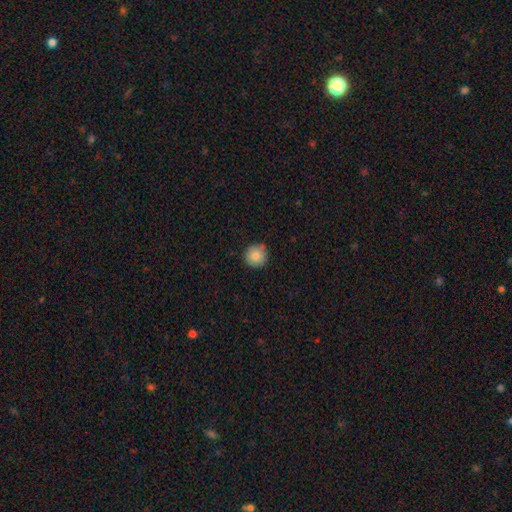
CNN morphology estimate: Overall: smooth (85%). How rounded: round (95%). Merging: none (85%).